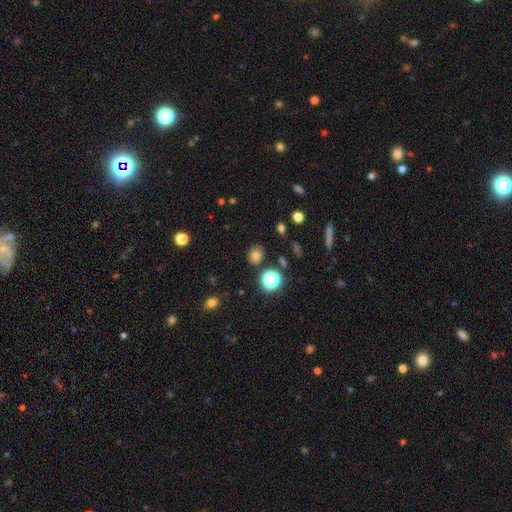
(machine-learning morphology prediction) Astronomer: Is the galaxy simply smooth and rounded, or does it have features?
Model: smooth — 74%.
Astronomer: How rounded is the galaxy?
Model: round — 66%.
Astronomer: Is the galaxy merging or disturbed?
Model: none — 83%.